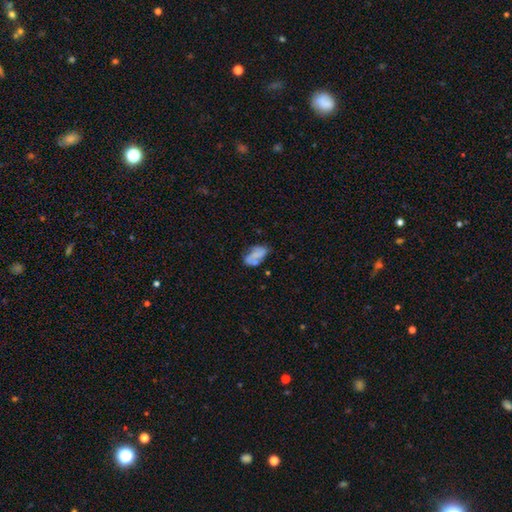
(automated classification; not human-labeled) Morphology: type=smooth (47%); merging=none (51%).